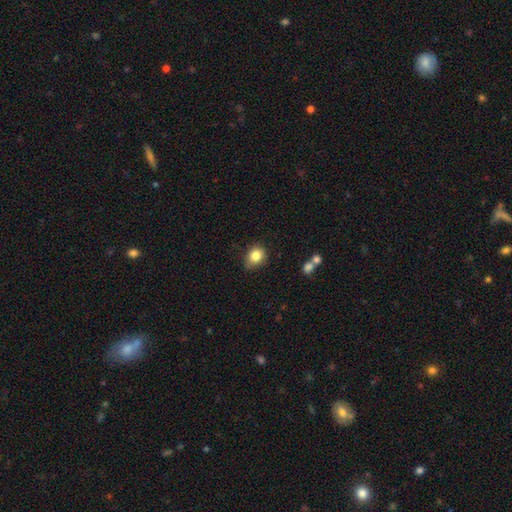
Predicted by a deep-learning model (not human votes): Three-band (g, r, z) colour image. It shows a smooth galaxy with no disk features (83%) that is round (68%). Merging: none (69%).